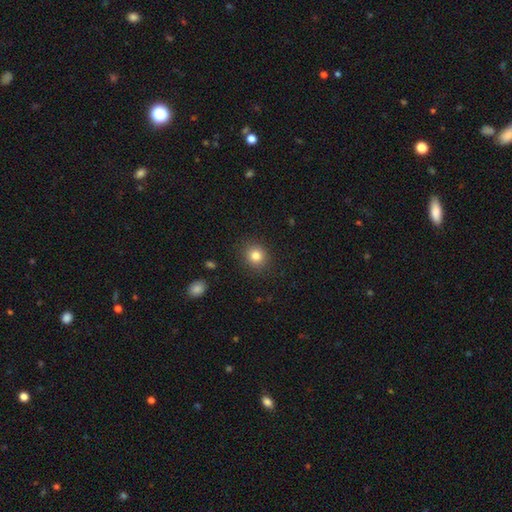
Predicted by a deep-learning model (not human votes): The model was most divided on "smooth or featured": smooth: 82%, star or artifact: 12%, featured or disk: 7%. More confident: merging — none (90%); how rounded — round (85%).